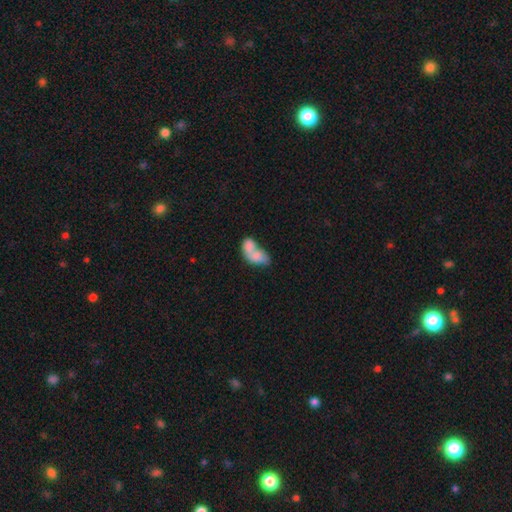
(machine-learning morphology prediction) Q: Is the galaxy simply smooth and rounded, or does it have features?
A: smooth — 72%.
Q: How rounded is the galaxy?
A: in between — 86%.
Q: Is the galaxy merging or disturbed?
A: merger — 74%.